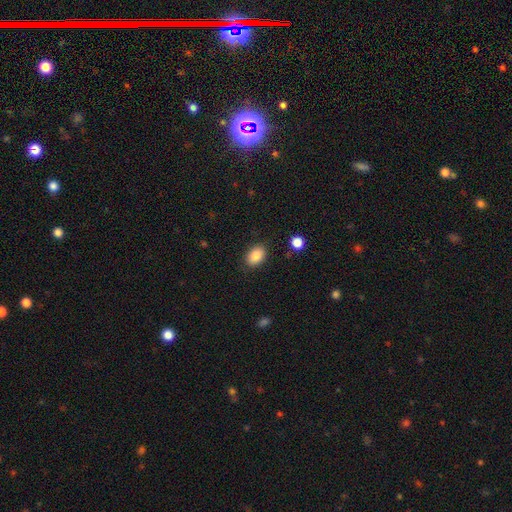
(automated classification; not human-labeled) A smooth galaxy with no disk features (87%) that is in between round and cigar-shaped (84%). Merging: none (85%).